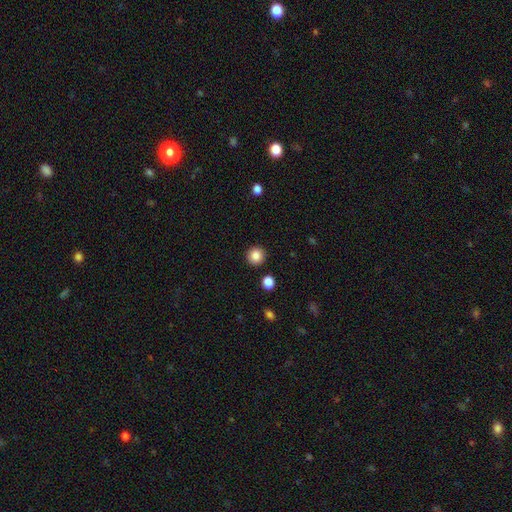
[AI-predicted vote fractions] Morphology: type=smooth (86%); roundness=round (93%); merging=none (91%).